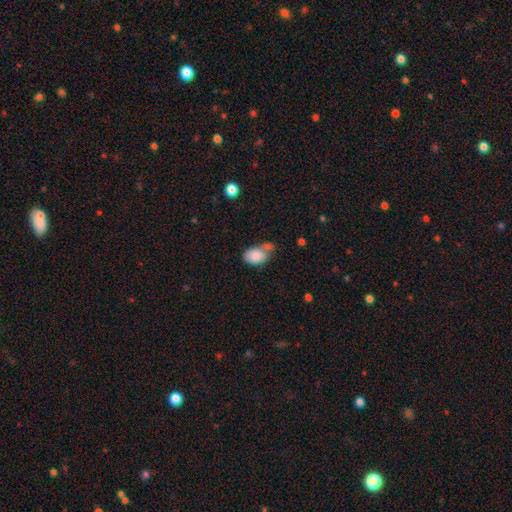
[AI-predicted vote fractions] Smooth or featured? smooth (85%)
How rounded? in between (82%)
Merging? none (42%)